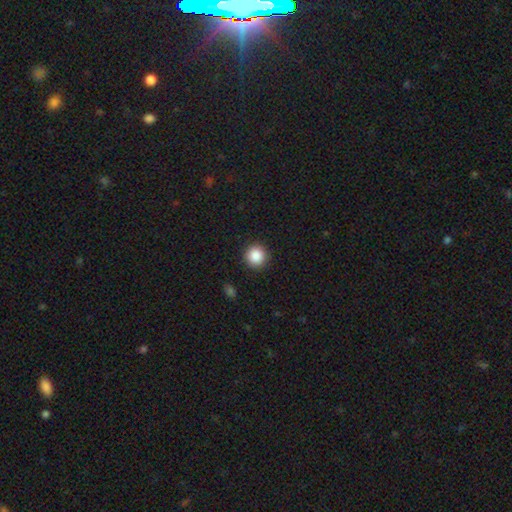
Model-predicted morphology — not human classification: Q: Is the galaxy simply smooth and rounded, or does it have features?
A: smooth — 87%.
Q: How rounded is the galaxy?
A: round — 94%.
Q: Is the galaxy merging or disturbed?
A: none — 92%.